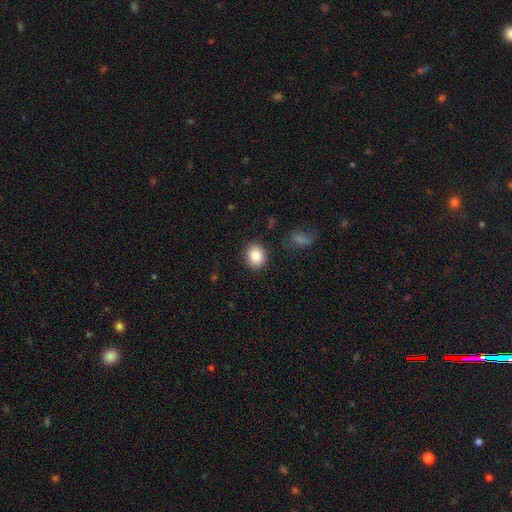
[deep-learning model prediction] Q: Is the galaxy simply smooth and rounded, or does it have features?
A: smooth — 83%.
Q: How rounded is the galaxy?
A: round — 70%.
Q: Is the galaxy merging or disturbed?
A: none — 88%.